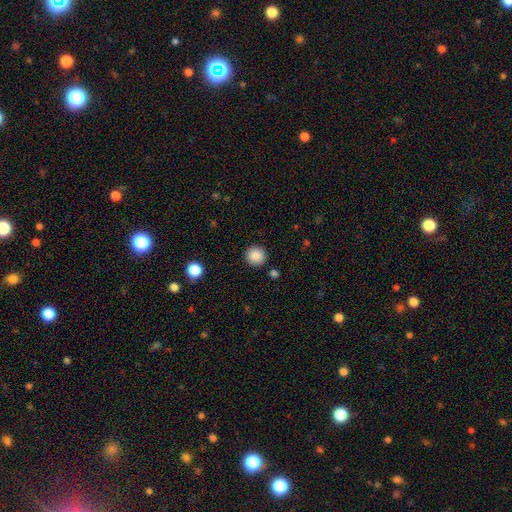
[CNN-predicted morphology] Smooth or featured? smooth (88%)
How rounded? round (93%)
Merging? none (90%)